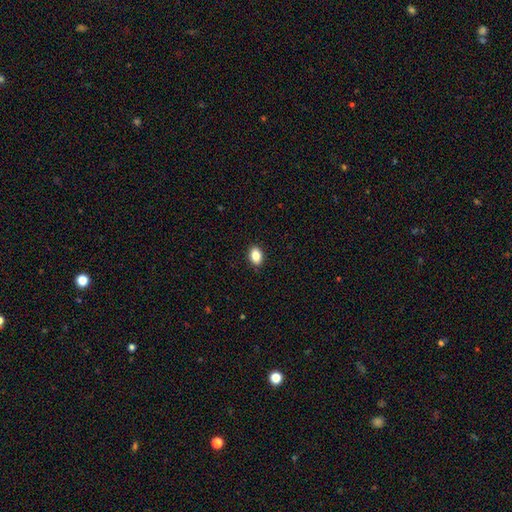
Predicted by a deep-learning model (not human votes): smooth-or-featured: smooth: 86% | star or artifact: 9% | featured or disk: 6%
  how-rounded: in between: 81% | round: 18% | cigar-shaped: 1%
  merging: none: 89% | minor disturbance: 8% | major disturbance: 2% | merger: 1%